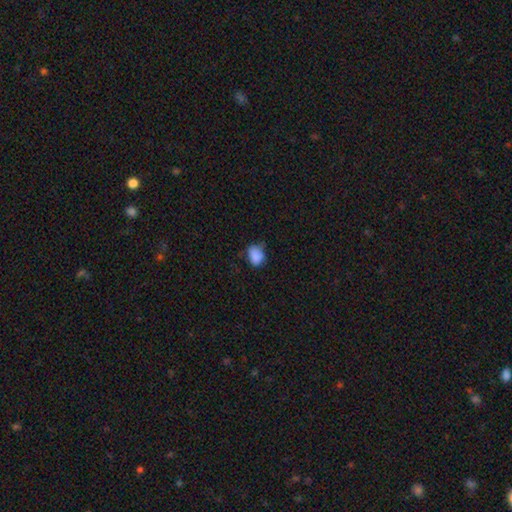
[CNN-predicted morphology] Overall: smooth (86%). How rounded: in between (65%; round 34%). Merging: none (56%; minor disturbance 33%).